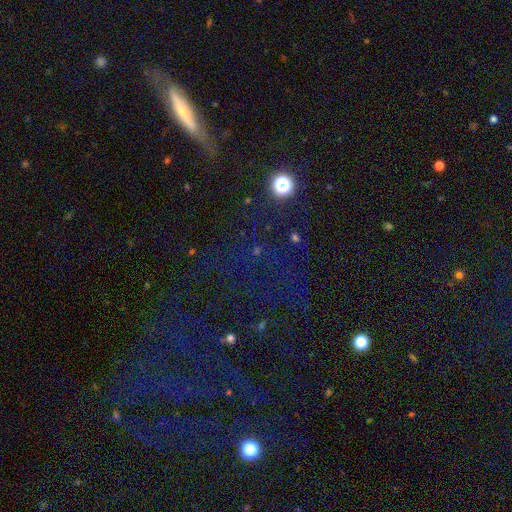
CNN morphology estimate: This is possibly a star or artifact rather than a galaxy (46%).